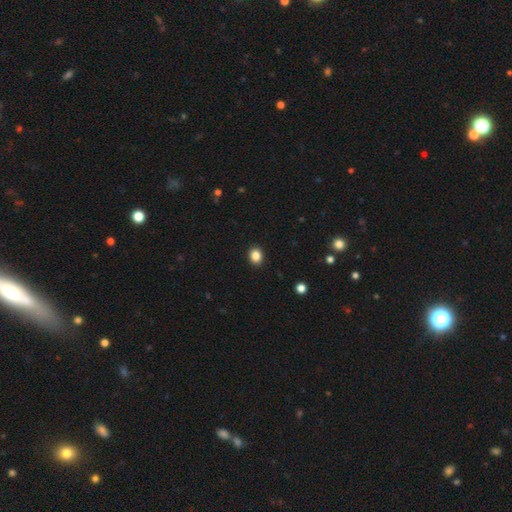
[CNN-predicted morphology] A smooth galaxy with no disk features (86%) that is round (51%). Merging: none (91%).